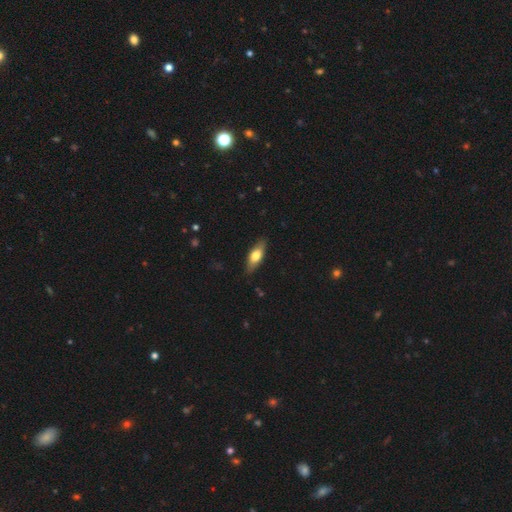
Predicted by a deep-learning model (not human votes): Morphology: type=smooth (65%); roundness=in between (69%); merging=none (84%).